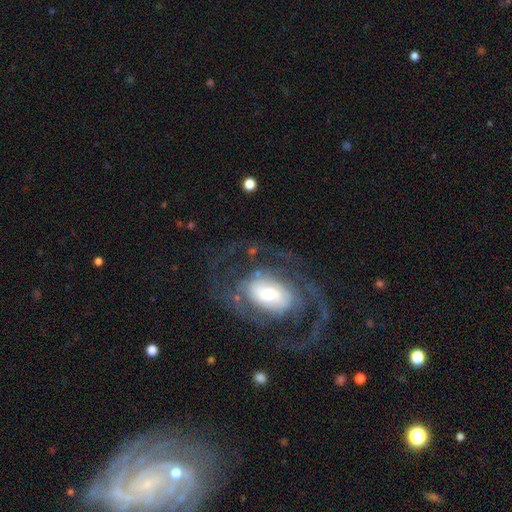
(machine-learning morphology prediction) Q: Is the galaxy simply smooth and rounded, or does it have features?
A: featured or disk — 85%.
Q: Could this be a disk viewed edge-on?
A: no — 97%.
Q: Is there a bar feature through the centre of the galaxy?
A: no — 49%.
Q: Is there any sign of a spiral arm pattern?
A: yes — 89%.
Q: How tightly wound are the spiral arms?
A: medium — 44%.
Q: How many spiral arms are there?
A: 2 — 63%.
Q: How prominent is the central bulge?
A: large — 37%.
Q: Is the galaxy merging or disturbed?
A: none — 69%.